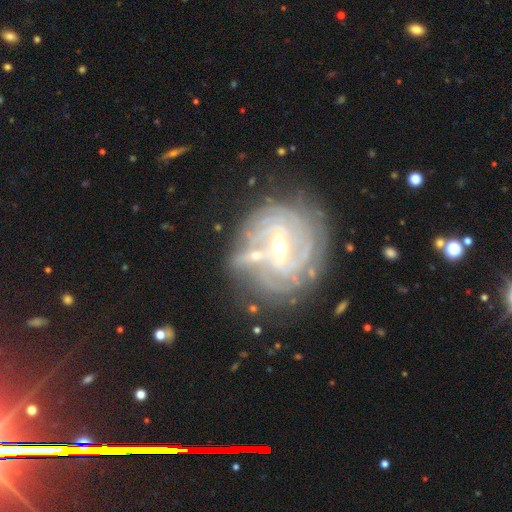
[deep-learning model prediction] smooth-or-featured: featured or disk: 80% | smooth: 12% | star or artifact: 9%
  disk-edge-on: no: 94% | yes: 6%
    bar: strong: 44% | weak: 38% | no: 18%
    has-spiral-arms: yes: 91% | no: 9%
      spiral-winding: tight: 66% | medium: 26% | loose: 9%
      spiral-arm-count: can't tell: 29% | 2: 20% | 3: 19% | 4: 16% | more than 4: 9% | 1: 7%
    bulge-size: moderate: 62% | small: 31% | large: 5% | none: 2% | dominant: 1%
  merging: none: 55% | merger: 19% | minor disturbance: 17% | major disturbance: 9%